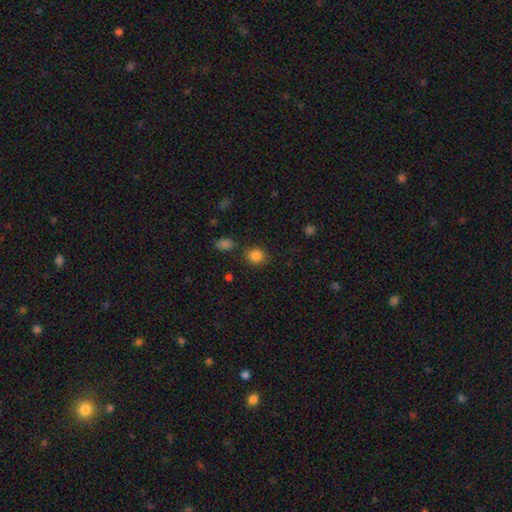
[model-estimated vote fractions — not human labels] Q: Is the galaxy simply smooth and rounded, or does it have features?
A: smooth — 84%.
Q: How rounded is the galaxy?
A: round — 82%.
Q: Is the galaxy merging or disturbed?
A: none — 82%.